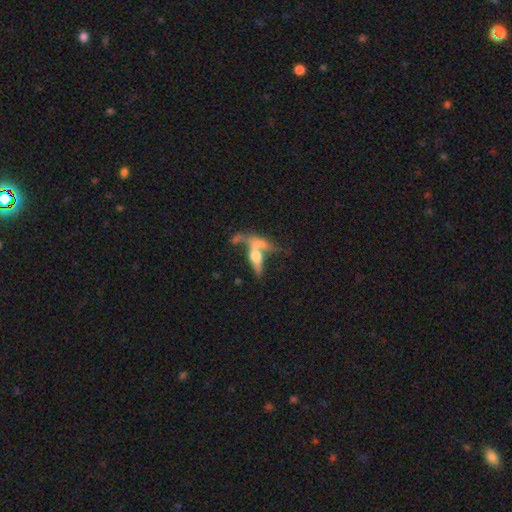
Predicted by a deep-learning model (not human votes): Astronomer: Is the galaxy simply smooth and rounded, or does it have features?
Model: featured or disk — 52% (runner-up: smooth, 38%).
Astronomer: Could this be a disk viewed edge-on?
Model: yes — 71%.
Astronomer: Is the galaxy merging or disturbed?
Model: merger — 51% (runner-up: none, 29%).